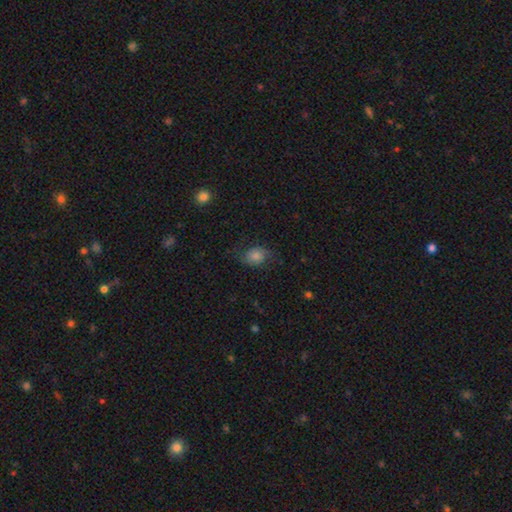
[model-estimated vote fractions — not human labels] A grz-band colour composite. It shows a smooth galaxy with no disk features (63%) that is in between round and cigar-shaped (62%). Merging: none (67%).